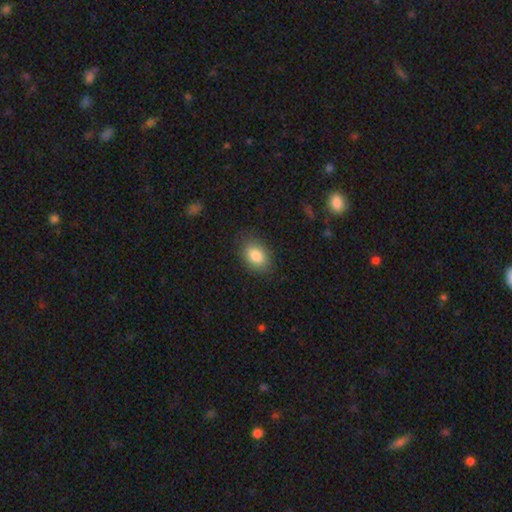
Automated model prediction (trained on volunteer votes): A smooth galaxy with no disk features (85%) that is in between round and cigar-shaped (86%). Merging: none (82%).